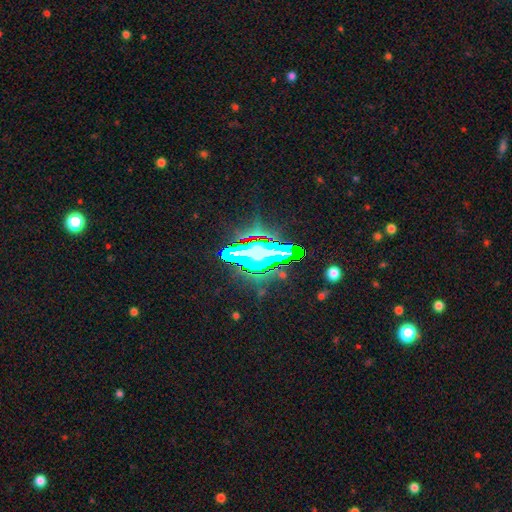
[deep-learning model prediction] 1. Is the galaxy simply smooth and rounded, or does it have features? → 60% star or artifact, 22% featured or disk, 18% smooth.